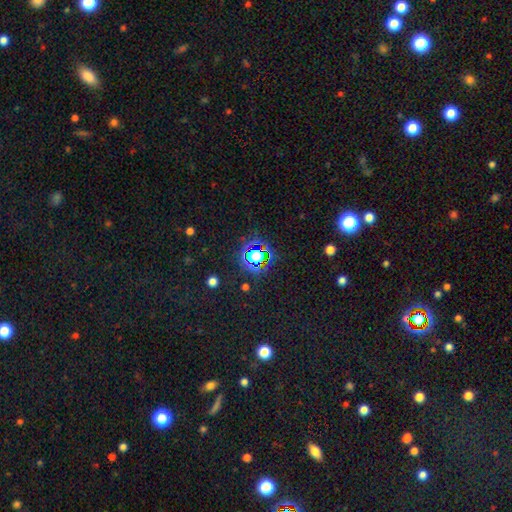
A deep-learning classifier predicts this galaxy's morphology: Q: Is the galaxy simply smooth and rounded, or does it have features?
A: star or artifact — 66%.